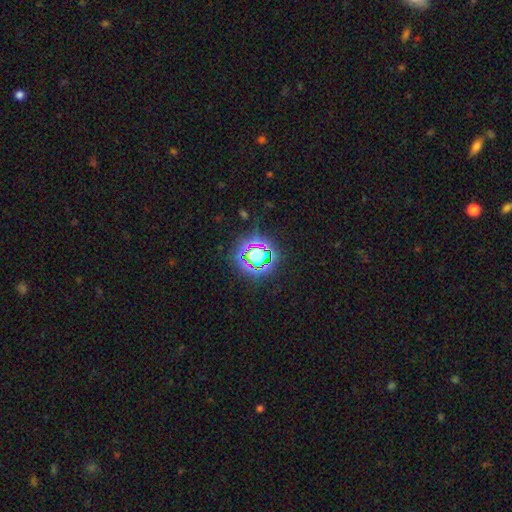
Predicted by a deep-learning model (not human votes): Overall: star or artifact (62%; smooth 26%).